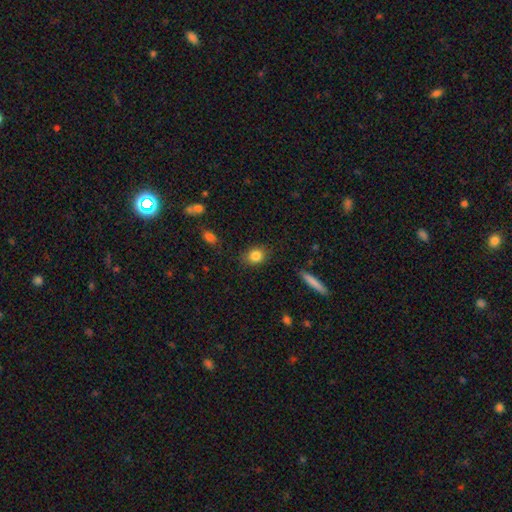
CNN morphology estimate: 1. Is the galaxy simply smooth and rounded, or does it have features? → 84% smooth, 9% star or artifact, 7% featured or disk.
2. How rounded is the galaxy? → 53% round, 45% in between, 2% cigar-shaped.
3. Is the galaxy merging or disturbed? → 84% none, 12% minor disturbance, 3% major disturbance, 1% merger.